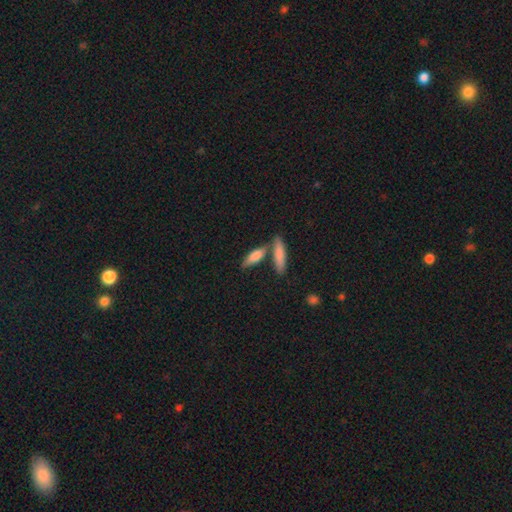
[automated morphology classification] Smooth or featured? smooth (75%)
How rounded? cigar-shaped (58%)
Merging? none (59%)